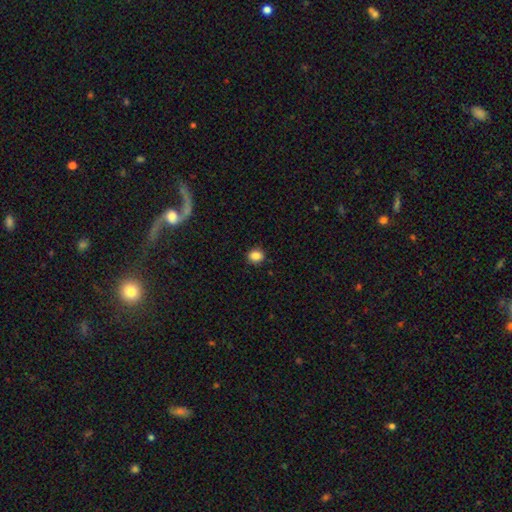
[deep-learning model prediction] Smooth or featured: smooth — 85% (star or artifact — 10%)
How rounded: round — 77% (in between — 22%)
Merging: none — 89% (minor disturbance — 7%)